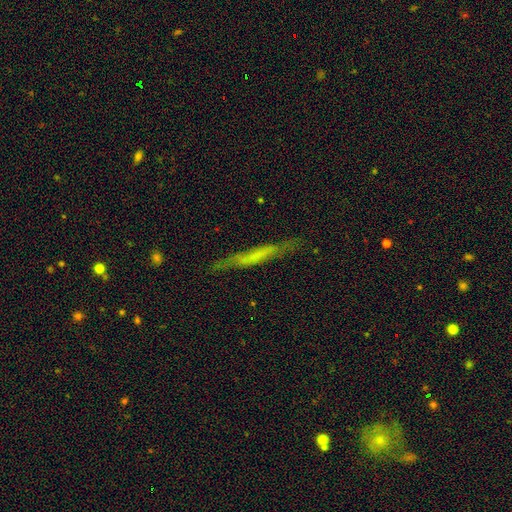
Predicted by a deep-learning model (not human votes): smooth_or_featured: featured or disk (p=0.47) [alt: smooth p=0.45]
merging: none (p=0.75) [alt: minor disturbance p=0.18]